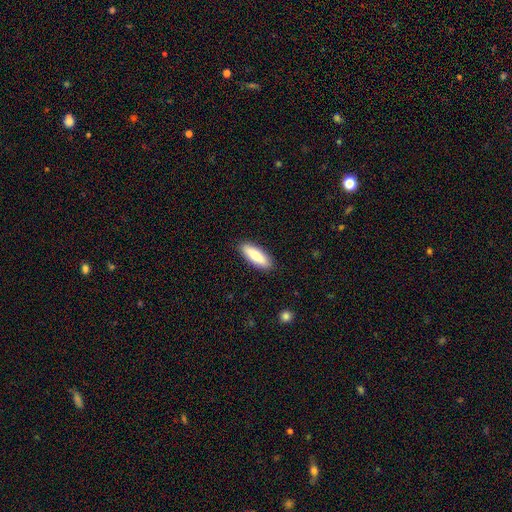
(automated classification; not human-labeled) Smooth or featured? Predicted: smooth (p=0.79). How rounded? Predicted: in between (p=0.53). Merging? Predicted: none (p=0.89).